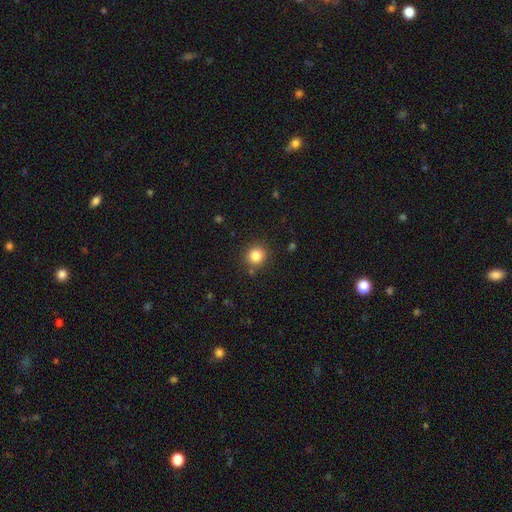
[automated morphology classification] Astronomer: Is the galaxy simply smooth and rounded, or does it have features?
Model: smooth — 83%.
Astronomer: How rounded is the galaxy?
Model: round — 89%.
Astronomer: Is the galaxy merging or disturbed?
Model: none — 87%.